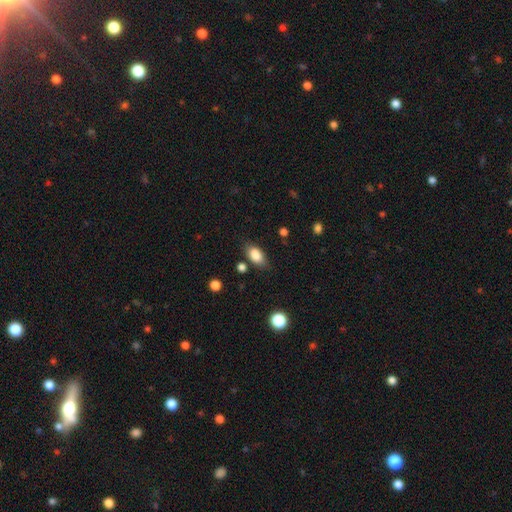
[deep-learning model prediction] The model was most divided on "merging": none: 78%, minor disturbance: 15%, major disturbance: 4%, merger: 3%. More confident: how rounded — in between (89%); smooth or featured — smooth (85%).